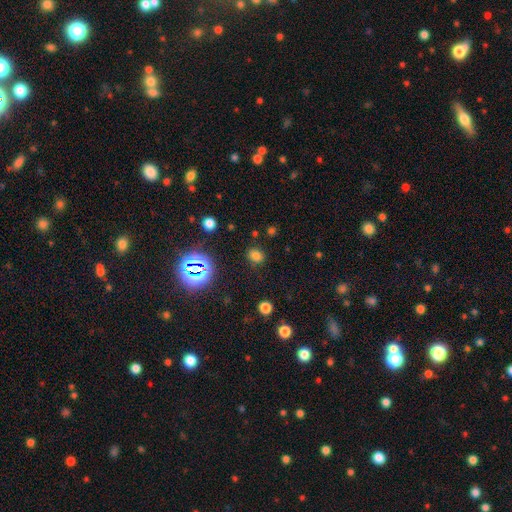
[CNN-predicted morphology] The model was most divided on "how rounded": round: 55%, in between: 44%, cigar-shaped: 1%. More confident: merging — none (83%); smooth or featured — smooth (69%).